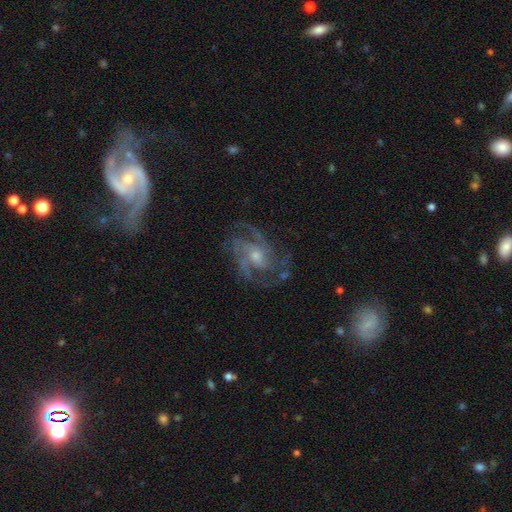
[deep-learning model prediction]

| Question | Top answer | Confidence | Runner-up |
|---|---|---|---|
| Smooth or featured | featured or disk | 87% | star or artifact (7%) |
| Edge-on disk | no | 97% | yes (3%) |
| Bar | no | 64% | weak (30%) |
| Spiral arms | yes | 96% | no (4%) |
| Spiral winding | medium | 51% | tight (35%) |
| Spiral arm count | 3 | 41% | 4 (18%) |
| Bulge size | small | 48% | moderate (45%) |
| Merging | none | 69% | minor disturbance (17%) |